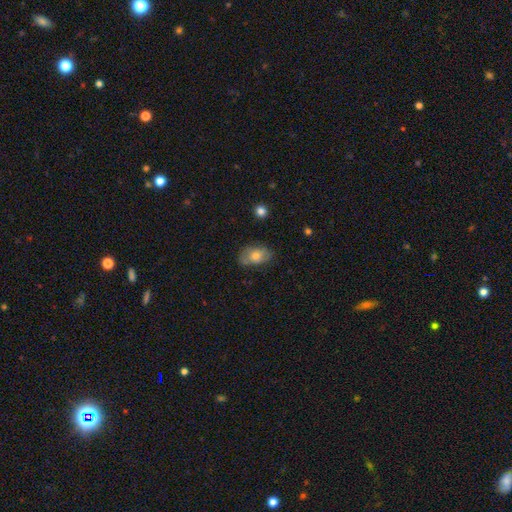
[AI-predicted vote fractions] Smooth or featured?
  - smooth: 72% *
  - featured or disk: 21%
  - star or artifact: 8%
How rounded?
  - in between: 88% *
  - round: 10%
  - cigar-shaped: 2%
Merging?
  - none: 71% *
  - minor disturbance: 22%
  - major disturbance: 5%
  - merger: 3%